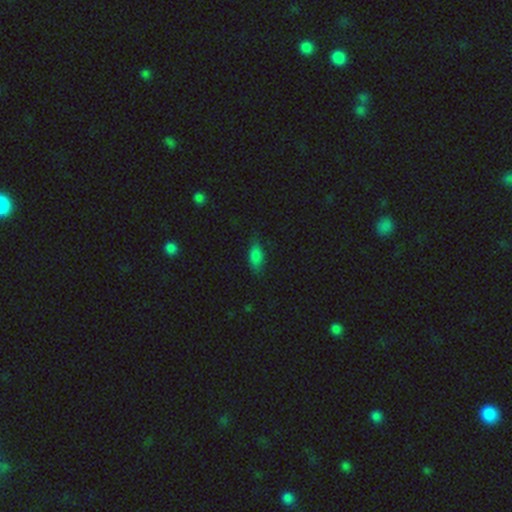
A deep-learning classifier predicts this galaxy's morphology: Smooth or featured: smooth — 80% (star or artifact — 12%)
How rounded: in between — 87% (cigar-shaped — 9%)
Merging: none — 72% (minor disturbance — 22%)